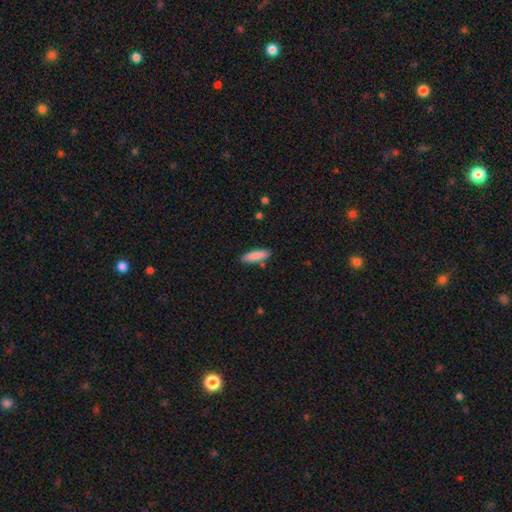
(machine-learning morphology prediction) smooth 87%, featured or disk 7%, star or artifact 6%. Down the decision tree: how rounded — cigar-shaped (62%); merging — none (83%).